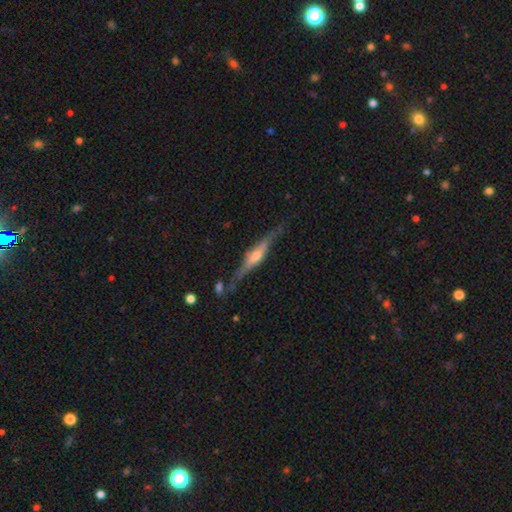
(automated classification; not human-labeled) smooth-or-featured: featured or disk: 77% | smooth: 17% | star or artifact: 6%
  disk-edge-on: yes: 96% | no: 4%
    edge-on-bulge: rounded: 80% | boxy: 14% | none: 6%
  merging: none: 78% | minor disturbance: 15% | major disturbance: 4% | merger: 4%